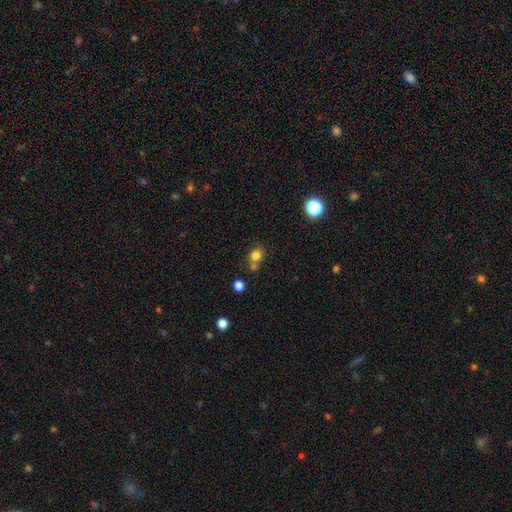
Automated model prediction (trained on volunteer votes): This appears to be a smooth galaxy with no disk features (80%) that is round (71%). Merging: none (57%).